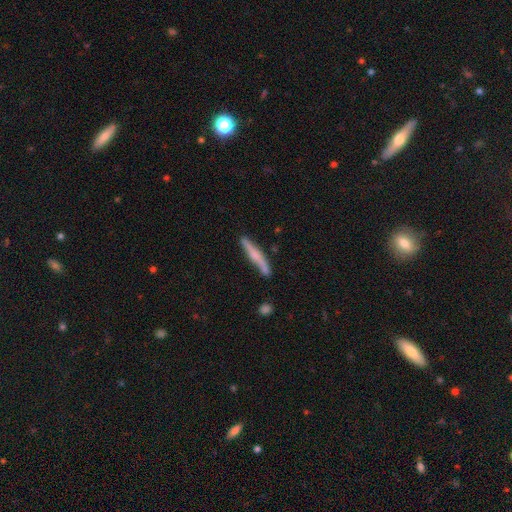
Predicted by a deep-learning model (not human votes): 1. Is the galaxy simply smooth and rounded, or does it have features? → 51% featured or disk, 43% smooth, 5% star or artifact.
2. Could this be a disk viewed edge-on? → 94% yes, 6% no.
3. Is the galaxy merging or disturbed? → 80% none, 14% minor disturbance, 3% merger, 3% major disturbance.